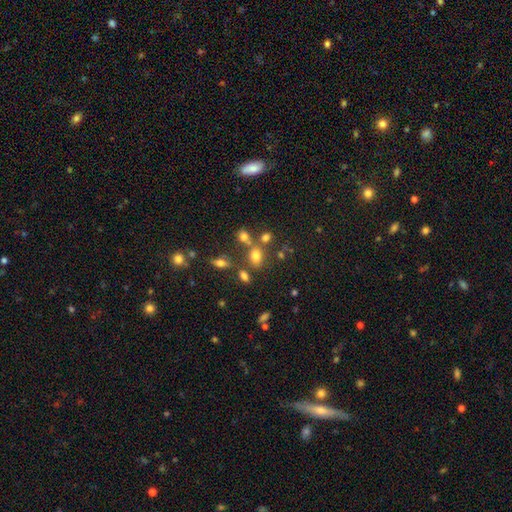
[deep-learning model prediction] Morphology: type=smooth (69%); roundness=in between (65%); merging=none (59%).